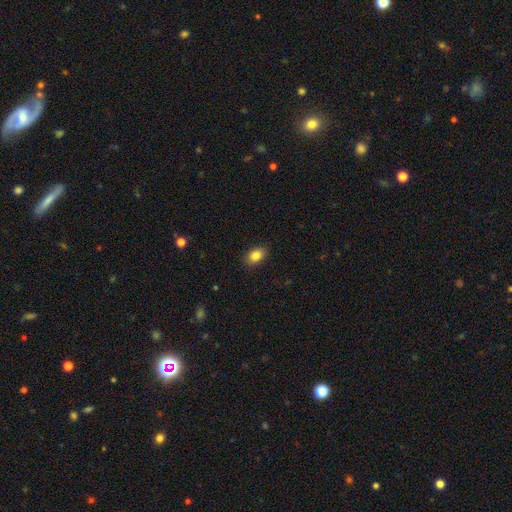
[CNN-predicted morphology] smooth-or-featured: smooth: 85% | star or artifact: 8% | featured or disk: 7%
  how-rounded: in between: 83% | round: 15% | cigar-shaped: 1%
  merging: none: 88% | minor disturbance: 9% | major disturbance: 2% | merger: 1%